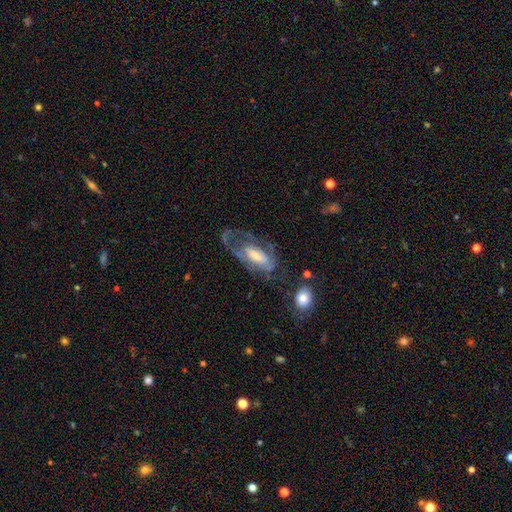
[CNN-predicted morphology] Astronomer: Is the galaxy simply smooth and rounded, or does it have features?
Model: featured or disk — 70%.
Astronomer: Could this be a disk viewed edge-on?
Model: no — 90%.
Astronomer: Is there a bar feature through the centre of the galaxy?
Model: no — 48% (runner-up: weak, 36%).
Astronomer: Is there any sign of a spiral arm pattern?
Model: yes — 73%.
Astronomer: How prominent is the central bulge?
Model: moderate — 39% (runner-up: small, 29%).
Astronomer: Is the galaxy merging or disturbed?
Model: none — 42% (runner-up: major disturbance, 33%).